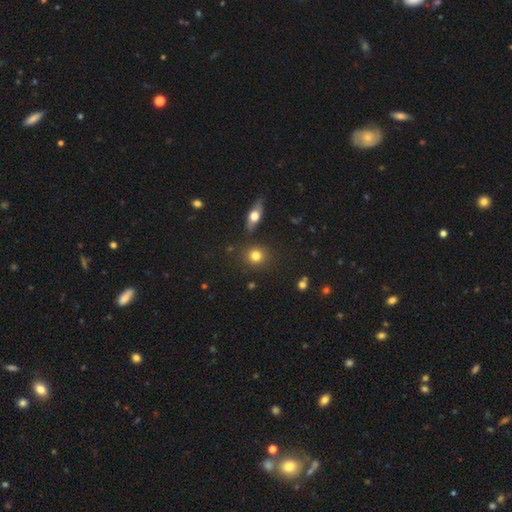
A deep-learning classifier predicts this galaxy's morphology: Smooth or featured? smooth (81%)
How rounded? round (86%)
Merging? none (85%)